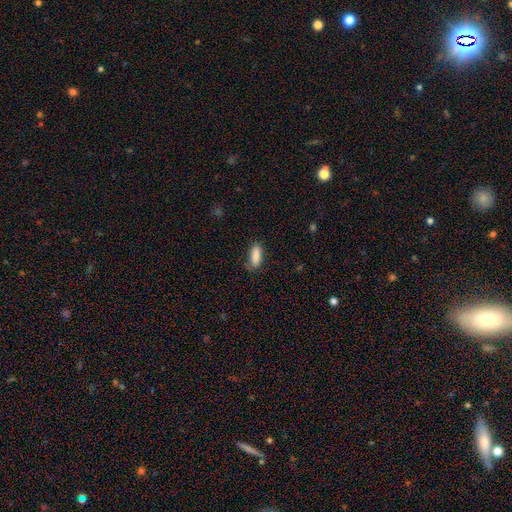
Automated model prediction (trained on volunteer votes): A smooth galaxy with no disk features (87%) that is in between round and cigar-shaped (63%).

Vote fractions:
- Smooth or featured? smooth: 87% / star or artifact: 7% / featured or disk: 5%
- How rounded? in between: 63% / cigar-shaped: 35% / round: 2%
- Merging? none: 76% / minor disturbance: 18% / major disturbance: 4% / merger: 2%